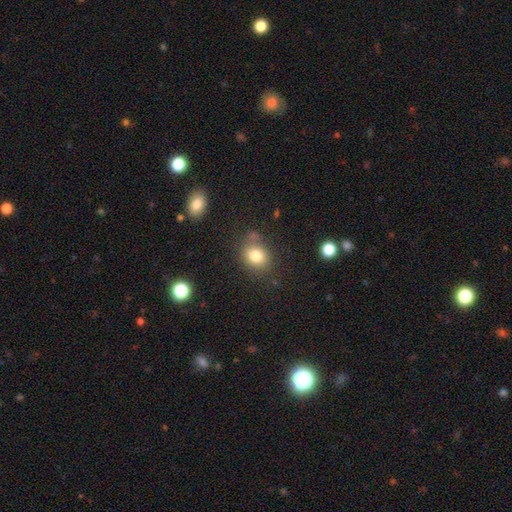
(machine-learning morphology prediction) Smooth or featured? smooth (81%)
How rounded? round (56%)
Merging? none (69%)